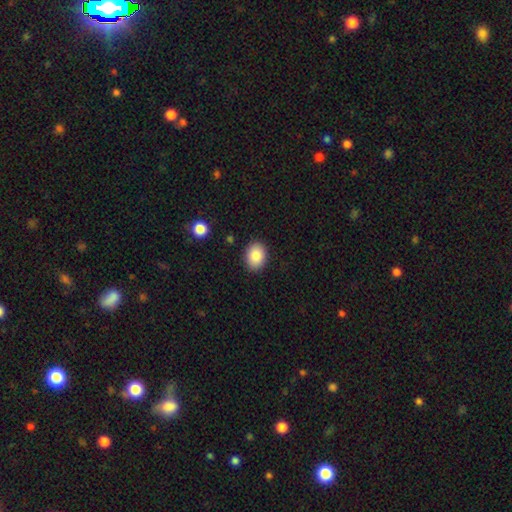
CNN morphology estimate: smooth_or_featured: smooth (p=0.86) [alt: star or artifact p=0.08]
how_rounded: in between (p=0.66) [alt: round p=0.33]
merging: none (p=0.88) [alt: minor disturbance p=0.08]